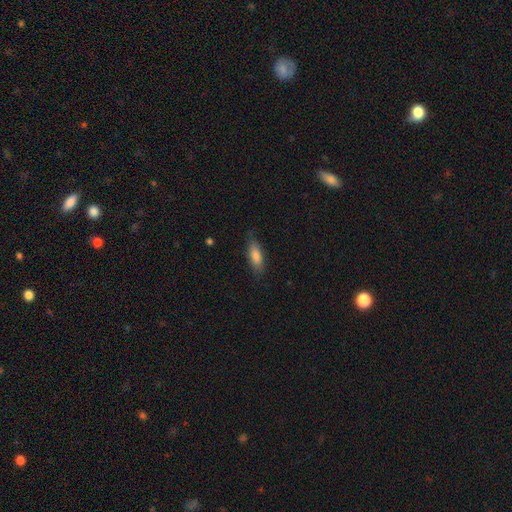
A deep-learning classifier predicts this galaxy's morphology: Smooth or featured? Predicted: smooth (p=0.82). How rounded? Predicted: in between (p=0.65). Merging? Predicted: none (p=0.78).